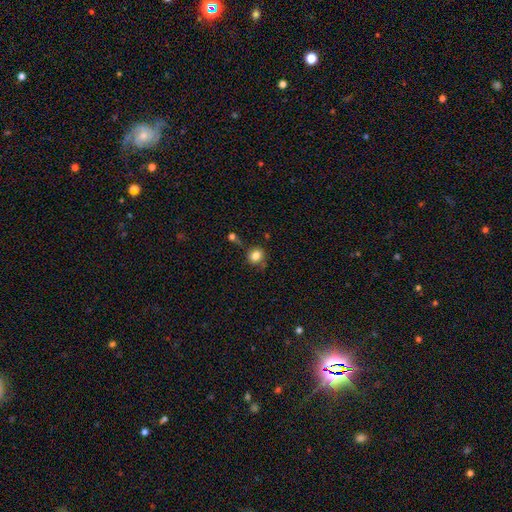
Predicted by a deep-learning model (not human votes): This appears to be a smooth galaxy with no disk features (81%) that is round (68%). Merging: none (65%).